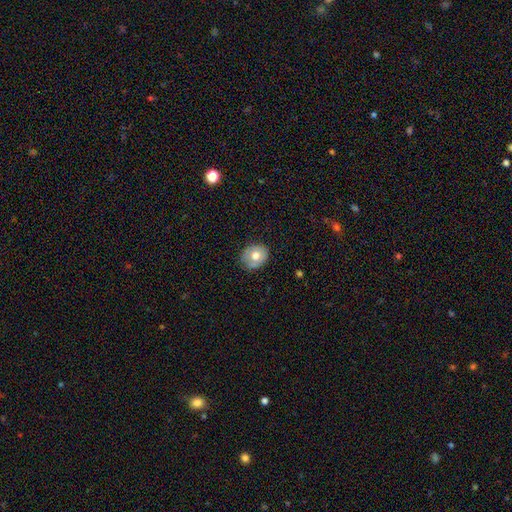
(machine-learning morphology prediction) A smooth galaxy with no disk features (68%) that is round (61%).

Vote fractions:
- Smooth or featured? smooth: 68% / featured or disk: 24% / star or artifact: 8%
- How rounded? round: 61% / in between: 38% / cigar-shaped: 1%
- Merging? none: 79% / minor disturbance: 16% / major disturbance: 3% / merger: 1%